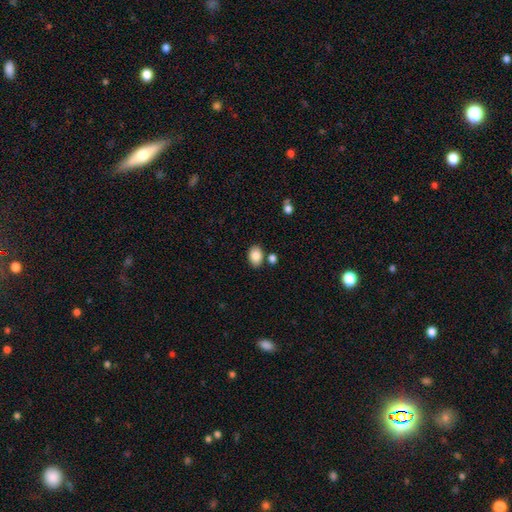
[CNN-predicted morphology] type=smooth (86%); roundness=in between (76%); merging=none (77%).